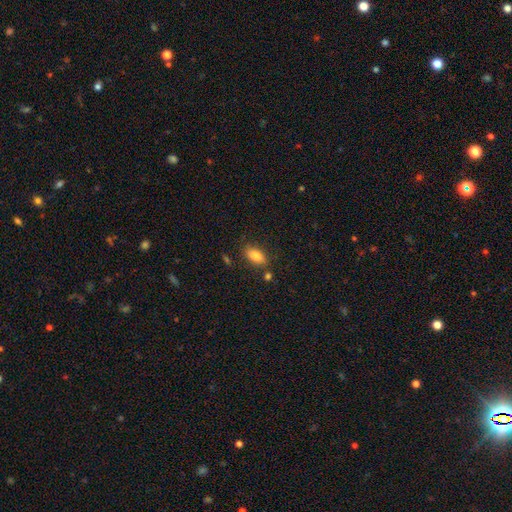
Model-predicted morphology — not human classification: This is clearly a smooth galaxy (81%). How rounded: clearly in between (87%). Merging: likely none (78%).